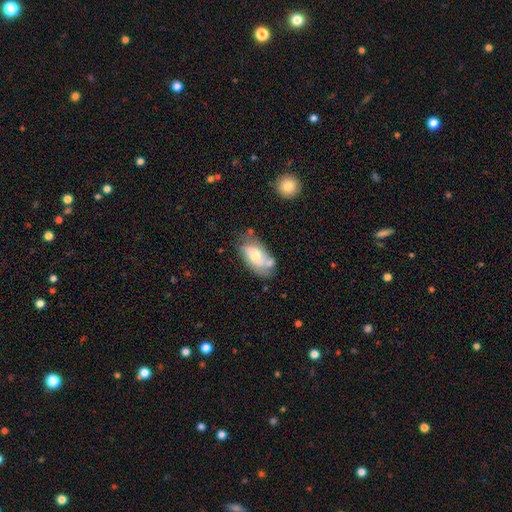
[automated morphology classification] Smooth or featured? smooth (58%)
How rounded? in between (92%)
Merging? none (47%)